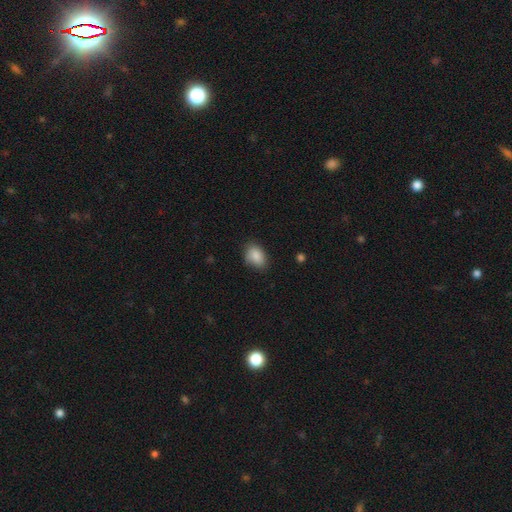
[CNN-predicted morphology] A smooth galaxy with no disk features (88%) that is in between round and cigar-shaped (82%).

Vote fractions:
- Smooth or featured? smooth: 88% / star or artifact: 7% / featured or disk: 5%
- How rounded? in between: 82% / round: 17% / cigar-shaped: 1%
- Merging? none: 76% / minor disturbance: 19% / major disturbance: 4% / merger: 1%